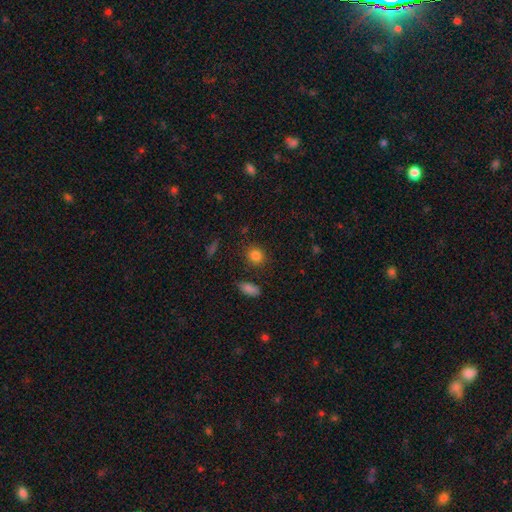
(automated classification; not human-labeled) Q: Smooth or featured?
A: smooth (85%); runner-up: star or artifact (10%)
Q: How rounded?
A: round (76%); runner-up: in between (22%)
Q: Merging?
A: none (86%); runner-up: minor disturbance (8%)